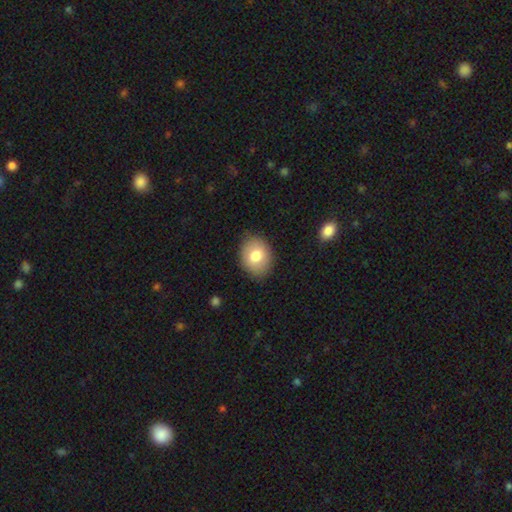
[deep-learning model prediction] Q: Smooth or featured?
A: smooth (79%); runner-up: featured or disk (13%)
Q: How rounded?
A: in between (60%); runner-up: round (39%)
Q: Merging?
A: none (84%); runner-up: minor disturbance (12%)